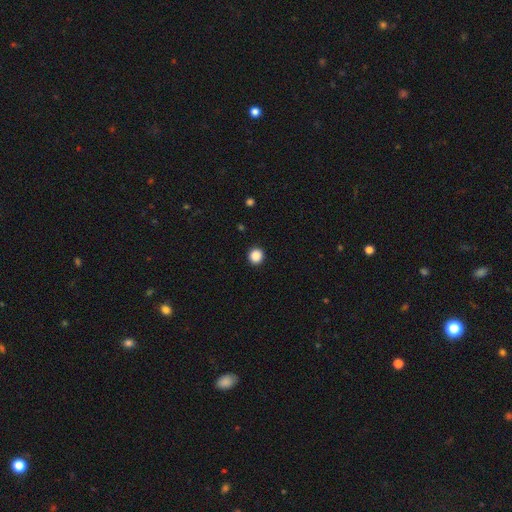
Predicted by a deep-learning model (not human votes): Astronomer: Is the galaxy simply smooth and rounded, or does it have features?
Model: smooth — 88%.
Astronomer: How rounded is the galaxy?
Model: round — 93%.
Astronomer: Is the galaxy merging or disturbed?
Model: none — 93%.